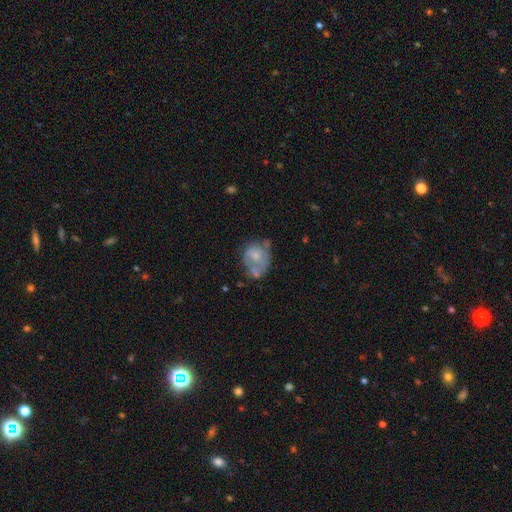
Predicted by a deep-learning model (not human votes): This is possibly a featured or disk galaxy (49%). Merging: marginally none (36%).